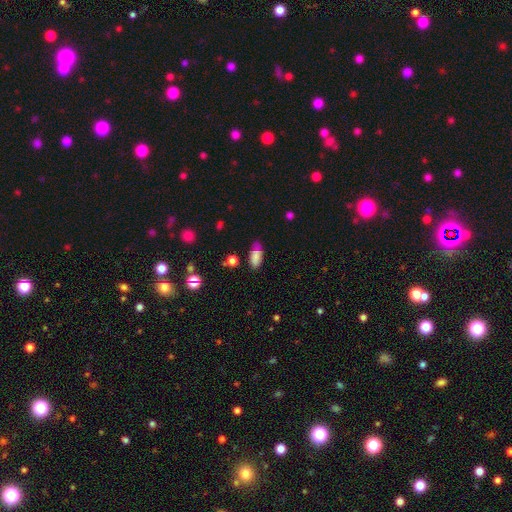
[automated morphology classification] smooth 77%, featured or disk 12%, star or artifact 11%. Down the decision tree: how rounded — in between (85%); merging — none (55%).